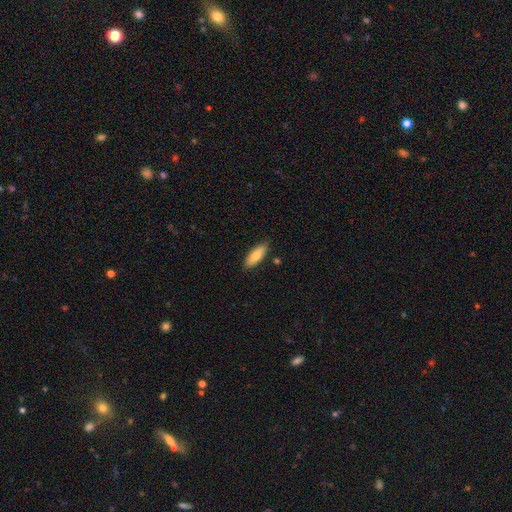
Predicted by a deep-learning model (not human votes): A smooth galaxy with no disk features (77%) that is in between round and cigar-shaped (69%). Merging: none (87%).